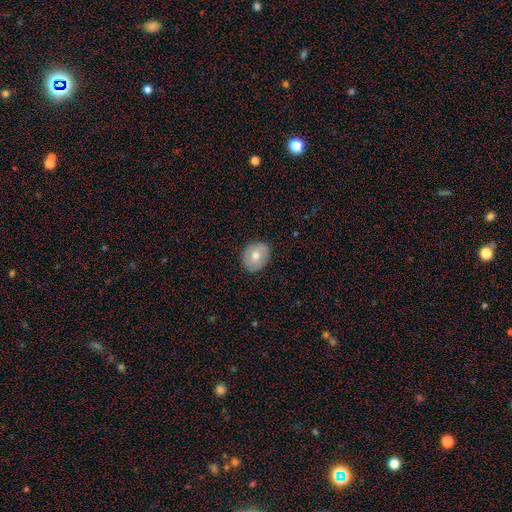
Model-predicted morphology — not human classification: A smooth galaxy with no disk features (62%) that is round (61%).

Vote fractions:
- Smooth or featured? smooth: 62% / featured or disk: 30% / star or artifact: 8%
- How rounded? round: 61% / in between: 38% / cigar-shaped: 1%
- Merging? none: 85% / minor disturbance: 12% / major disturbance: 2% / merger: 1%